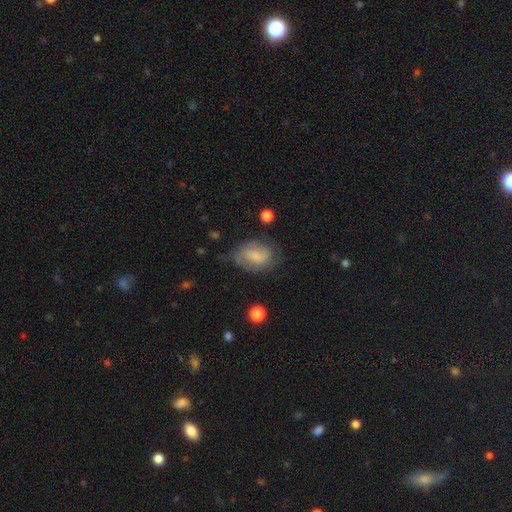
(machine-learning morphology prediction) Smooth or featured? smooth (54%)
How rounded? in between (80%)
Merging? none (59%)